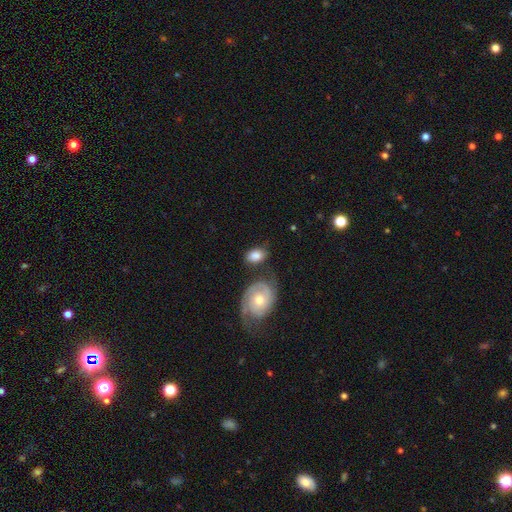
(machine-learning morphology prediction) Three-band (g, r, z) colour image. It shows a smooth galaxy with no disk features (68%) that is in between round and cigar-shaped (82%). Merging: none (57%).